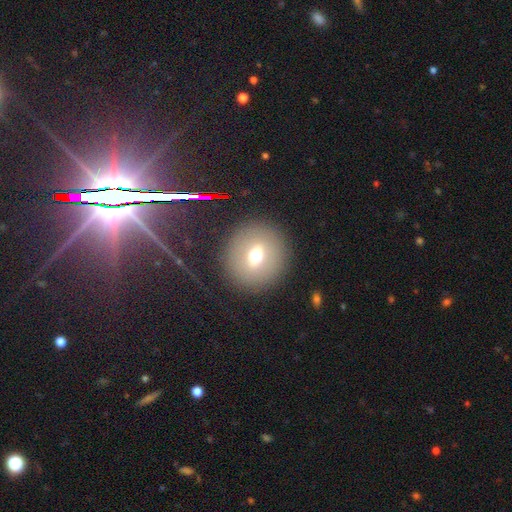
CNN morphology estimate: smooth 56%, featured or disk 29%, star or artifact 15%. Down the decision tree: how rounded — round (83%); merging — none (86%).